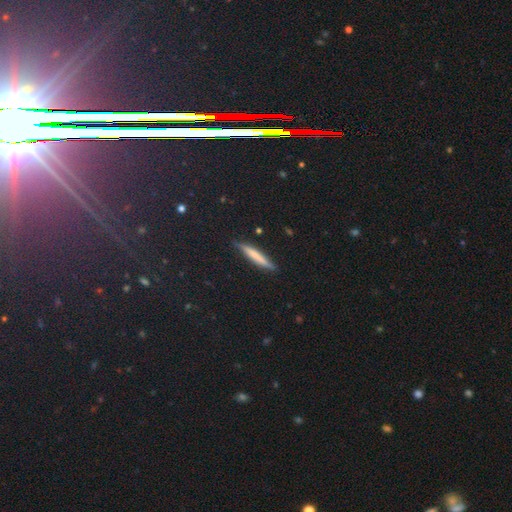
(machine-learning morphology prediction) Q: Smooth or featured?
A: smooth (62%); runner-up: featured or disk (29%)
Q: How rounded?
A: cigar-shaped (93%); runner-up: in between (6%)
Q: Merging?
A: none (86%); runner-up: minor disturbance (10%)